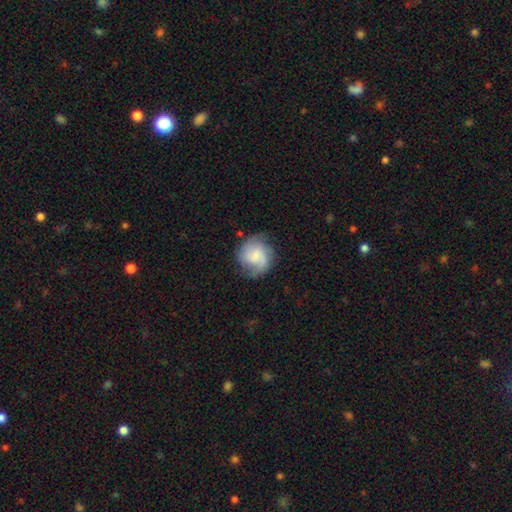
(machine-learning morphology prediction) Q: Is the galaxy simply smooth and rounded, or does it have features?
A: featured or disk — 56%.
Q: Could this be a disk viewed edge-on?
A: no — 98%.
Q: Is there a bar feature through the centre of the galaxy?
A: no — 50%.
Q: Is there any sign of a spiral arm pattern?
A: yes — 90%.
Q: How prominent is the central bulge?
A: small — 38%.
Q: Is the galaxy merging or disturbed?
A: none — 67%.